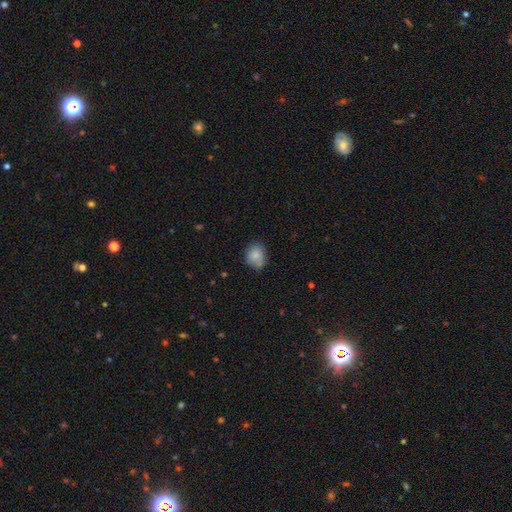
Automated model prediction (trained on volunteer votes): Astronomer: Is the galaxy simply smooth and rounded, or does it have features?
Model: smooth — 82%.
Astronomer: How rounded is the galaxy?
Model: round — 51% (runner-up: in between, 48%).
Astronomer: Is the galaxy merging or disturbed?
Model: none — 70%.